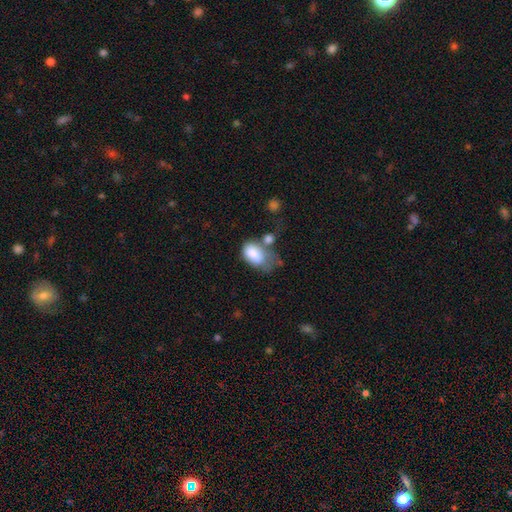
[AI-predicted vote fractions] This appears to be a smooth galaxy with no disk features (78%) that is in between round and cigar-shaped (89%). Merging: major disturbance (28%).